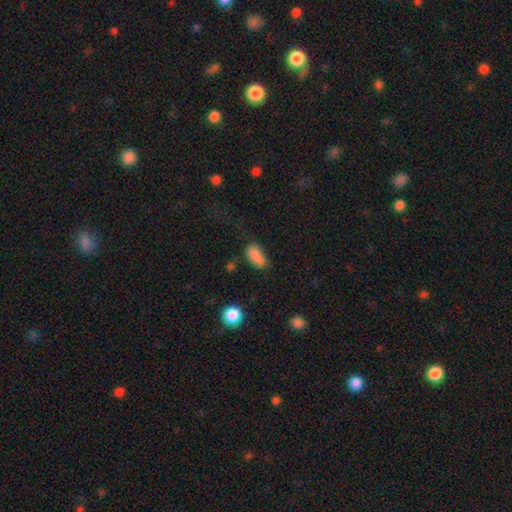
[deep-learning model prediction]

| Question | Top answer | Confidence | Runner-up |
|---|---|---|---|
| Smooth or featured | smooth | 82% | star or artifact (11%) |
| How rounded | in between | 89% | round (7%) |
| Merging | none | 49% | minor disturbance (29%) |